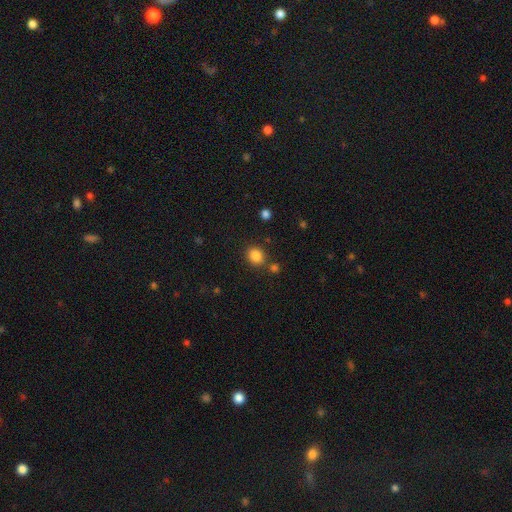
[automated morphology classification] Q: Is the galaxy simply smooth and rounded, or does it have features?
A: smooth — 85%.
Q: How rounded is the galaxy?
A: round — 71%.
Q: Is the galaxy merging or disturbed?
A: none — 79%.